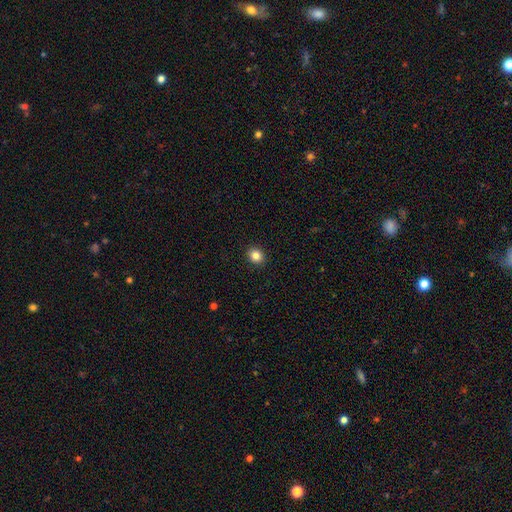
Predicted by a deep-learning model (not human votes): This appears to be a smooth galaxy with no disk features (84%) that is round (76%). Merging: none (92%).